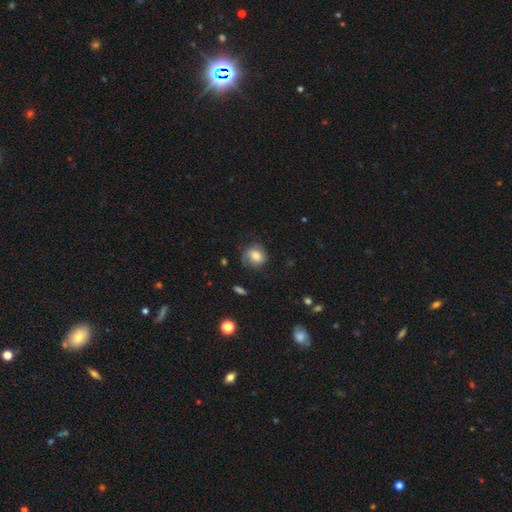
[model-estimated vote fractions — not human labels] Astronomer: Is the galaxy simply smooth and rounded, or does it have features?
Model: smooth — 61%.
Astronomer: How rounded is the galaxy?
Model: round — 69%.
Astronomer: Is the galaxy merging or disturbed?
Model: none — 60%.